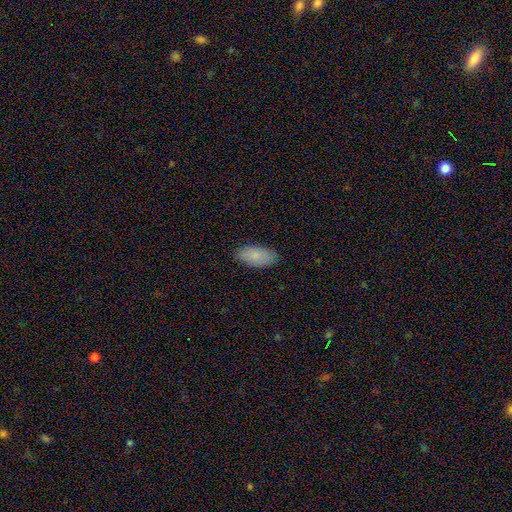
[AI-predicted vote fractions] A smooth galaxy with no disk features (87%) that is in between round and cigar-shaped (93%).

Vote fractions:
- Smooth or featured? smooth: 87% / featured or disk: 7% / star or artifact: 6%
- How rounded? in between: 93% / cigar-shaped: 5% / round: 2%
- Merging? none: 85% / minor disturbance: 12% / major disturbance: 2% / merger: 1%